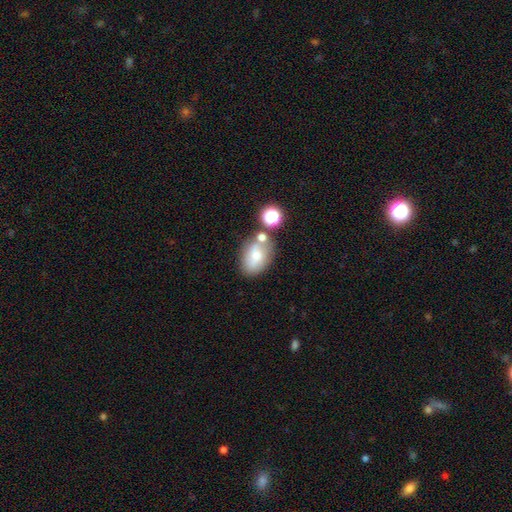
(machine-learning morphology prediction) smooth_or_featured: smooth (p=0.66) [alt: featured or disk p=0.22]
how_rounded: in between (p=0.77) [alt: round p=0.21]
merging: none (p=0.54) [alt: merger p=0.22]